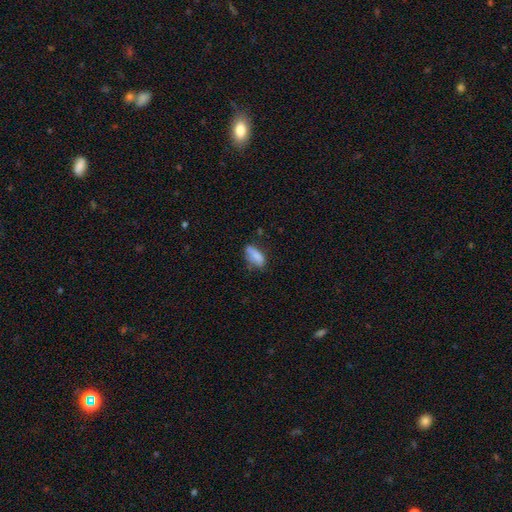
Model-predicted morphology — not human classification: Smooth or featured? smooth (78%)
How rounded? in between (82%)
Merging? none (50%)